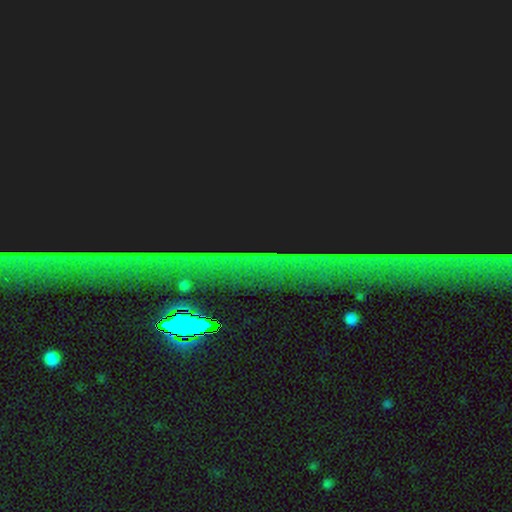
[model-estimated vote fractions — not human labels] Q: Smooth or featured?
A: star or artifact (86%); runner-up: featured or disk (7%)